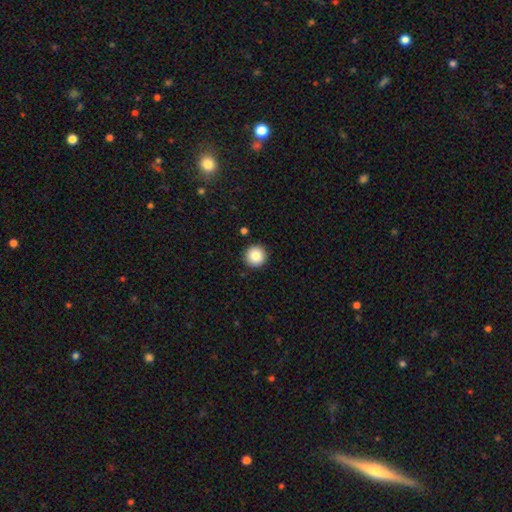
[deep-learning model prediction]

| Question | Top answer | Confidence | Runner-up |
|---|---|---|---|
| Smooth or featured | smooth | 85% | star or artifact (9%) |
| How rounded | round | 96% | in between (3%) |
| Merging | none | 92% | minor disturbance (5%) |